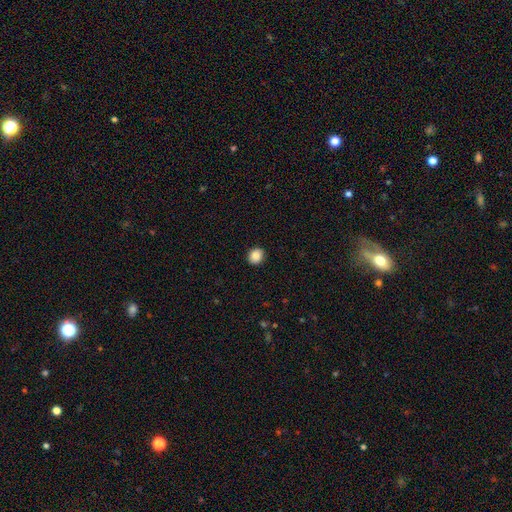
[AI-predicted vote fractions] Q: Smooth or featured?
A: smooth (87%); runner-up: star or artifact (9%)
Q: How rounded?
A: round (76%); runner-up: in between (24%)
Q: Merging?
A: none (91%); runner-up: minor disturbance (6%)